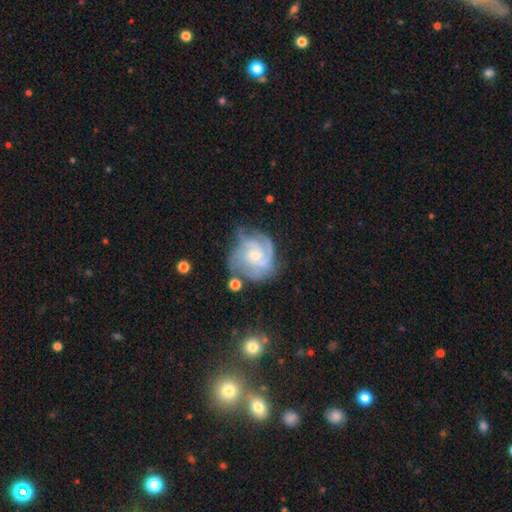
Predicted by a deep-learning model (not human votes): The model was most divided on "spiral arm count": 3: 35%, can't tell: 25%, 2: 23%, 4: 8%, 1: 6%, more than 4: 4%. More confident: edge-on disk — no (98%); spiral arms — yes (94%); smooth or featured — featured or disk (81%); bar — no (66%); bulge size — small (62%); spiral winding — tight (55%); merging — none (53%).